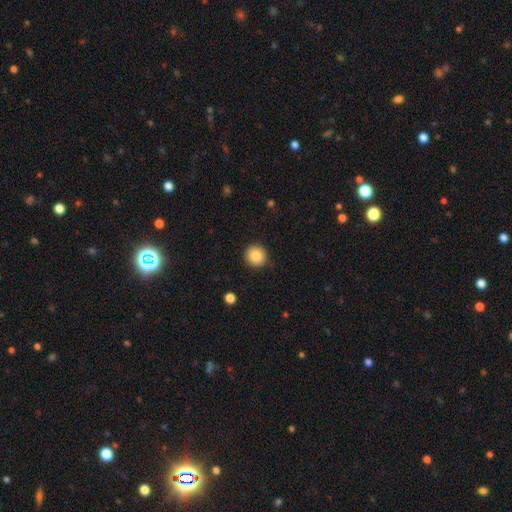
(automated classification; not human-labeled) Smooth or featured? Predicted: smooth (p=0.87). How rounded? Predicted: round (p=0.93). Merging? Predicted: none (p=0.90).